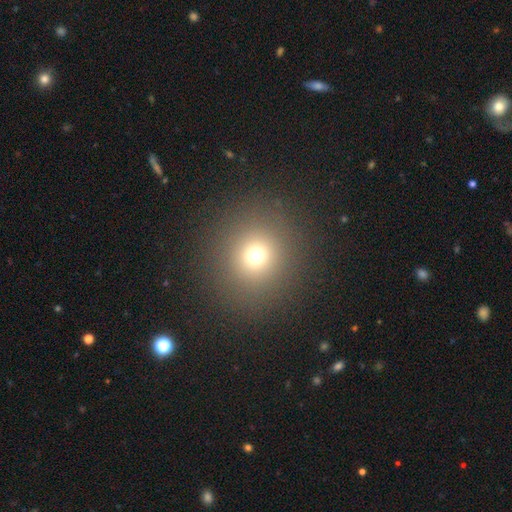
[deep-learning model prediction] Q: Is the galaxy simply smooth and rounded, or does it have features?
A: smooth — 70%.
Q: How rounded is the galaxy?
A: round — 89%.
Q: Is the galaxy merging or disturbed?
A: none — 88%.